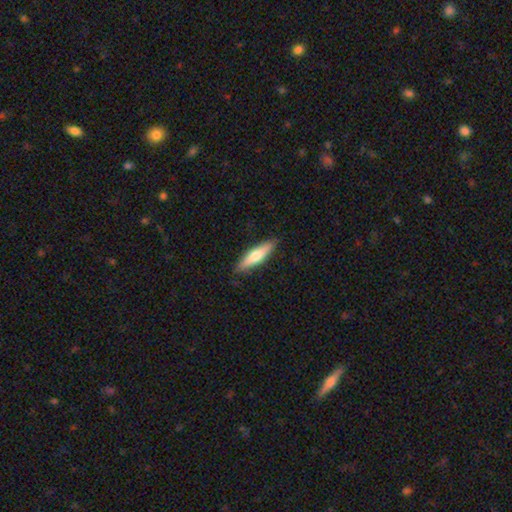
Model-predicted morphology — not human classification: A smooth galaxy with no disk features (63%) that is cigar-shaped (74%). Merging: none (85%).